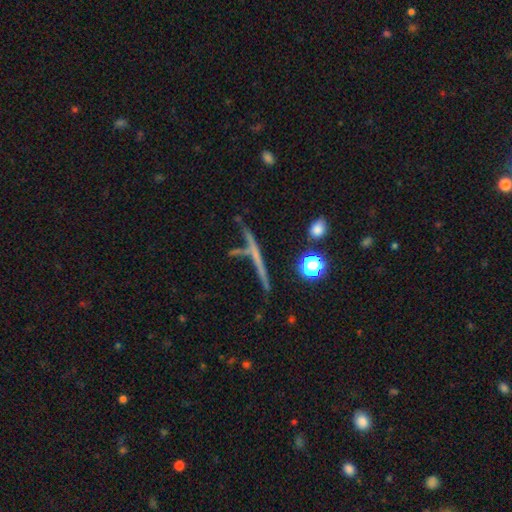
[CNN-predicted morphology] Smooth or featured: featured or disk — 56% (smooth — 31%)
Edge-on disk: yes — 94% (no — 6%)
Edge-on bulge: none — 85% (rounded — 11%)
Merging: none — 76% (minor disturbance — 11%)